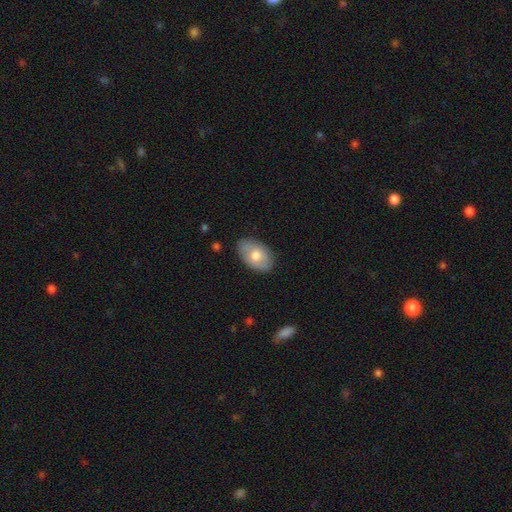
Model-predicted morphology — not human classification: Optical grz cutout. It shows a smooth galaxy with no disk features (69%) that is in between round and cigar-shaped (91%). Merging: none (83%).